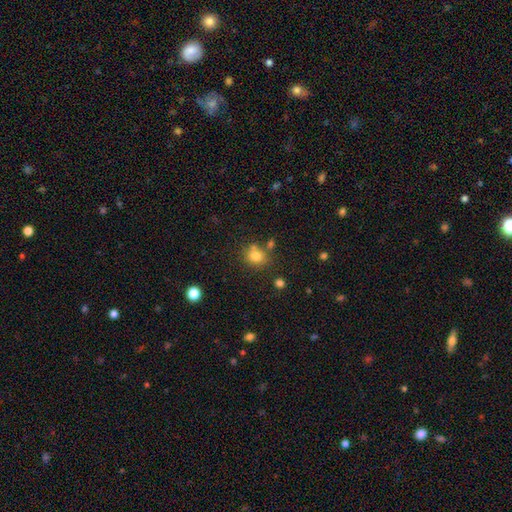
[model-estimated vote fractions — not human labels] smooth 79%, star or artifact 13%, featured or disk 8%. Down the decision tree: how rounded — round (74%); merging — none (68%).